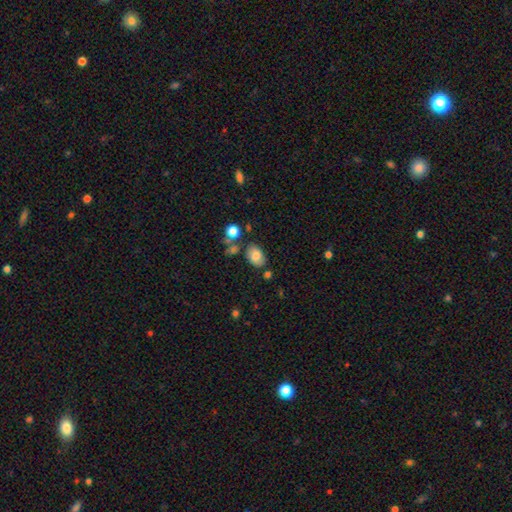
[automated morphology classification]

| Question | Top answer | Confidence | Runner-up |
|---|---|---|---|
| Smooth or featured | smooth | 75% | featured or disk (16%) |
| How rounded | in between | 83% | round (16%) |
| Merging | none | 69% | minor disturbance (18%) |